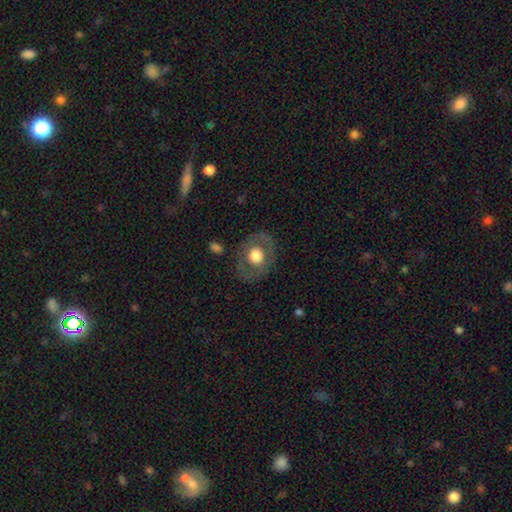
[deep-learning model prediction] A smooth galaxy with no disk features (54%) that is round (60%). Merging: none (80%).